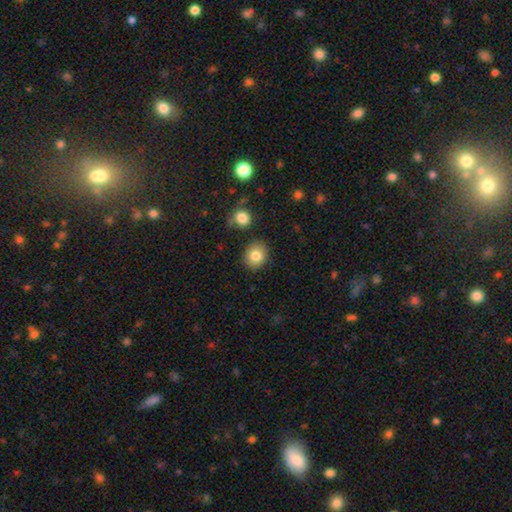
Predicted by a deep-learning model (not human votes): smooth-or-featured: smooth: 82% | star or artifact: 9% | featured or disk: 9%
  how-rounded: round: 68% | in between: 31% | cigar-shaped: 1%
  merging: none: 86% | minor disturbance: 9% | merger: 3% | major disturbance: 2%